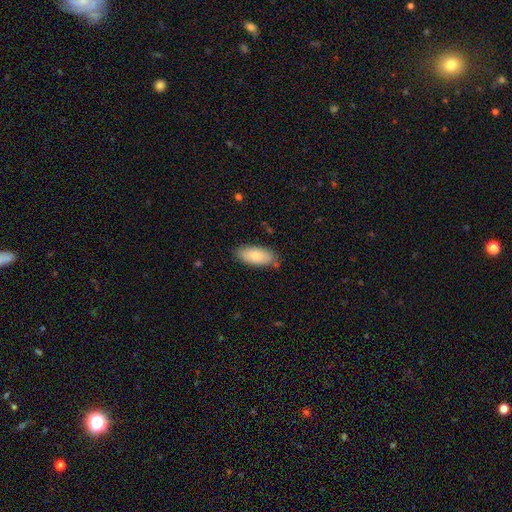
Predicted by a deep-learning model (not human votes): smooth-or-featured: smooth: 80% | featured or disk: 14% | star or artifact: 6%
  how-rounded: in between: 90% | cigar-shaped: 8% | round: 2%
  merging: none: 79% | minor disturbance: 16% | major disturbance: 3% | merger: 3%